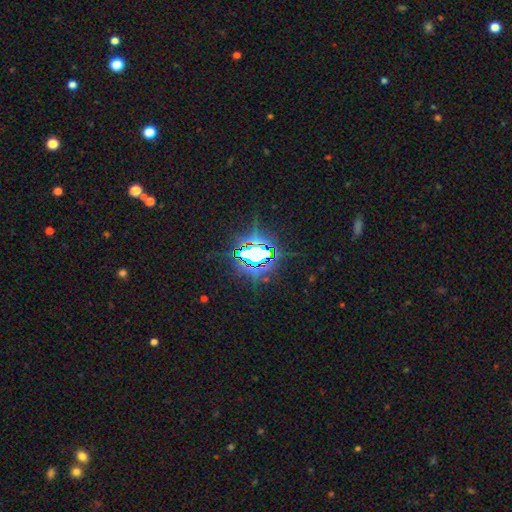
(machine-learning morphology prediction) smooth-or-featured: star or artifact: 78% | smooth: 11% | featured or disk: 11%